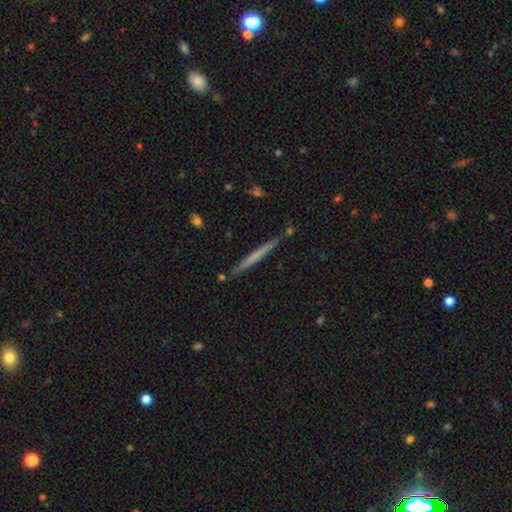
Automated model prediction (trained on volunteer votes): smooth_or_featured: featured or disk (p=0.49) [alt: smooth p=0.45]
merging: none (p=0.86) [alt: minor disturbance p=0.09]